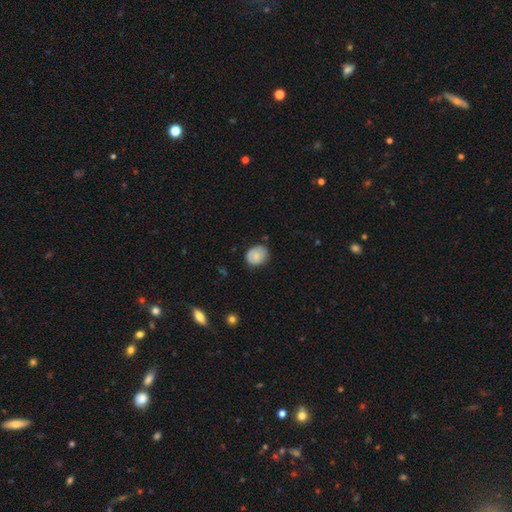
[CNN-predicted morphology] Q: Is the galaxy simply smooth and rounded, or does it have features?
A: smooth — 79%.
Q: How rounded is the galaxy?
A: round — 63%.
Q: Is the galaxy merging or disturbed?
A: none — 75%.